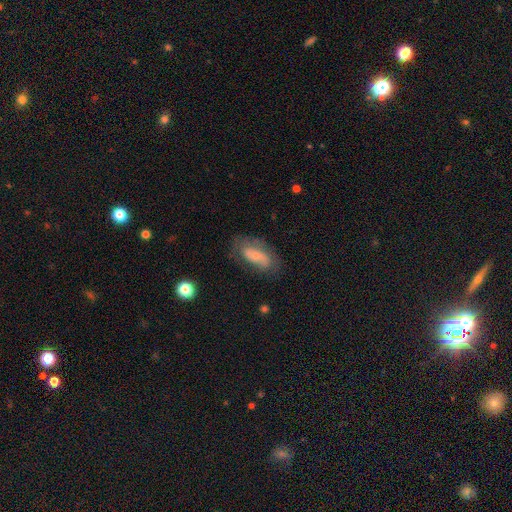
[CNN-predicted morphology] Overall: smooth (51%; featured or disk 41%). How rounded: in between (87%). Merging: none (62%; minor disturbance 24%).